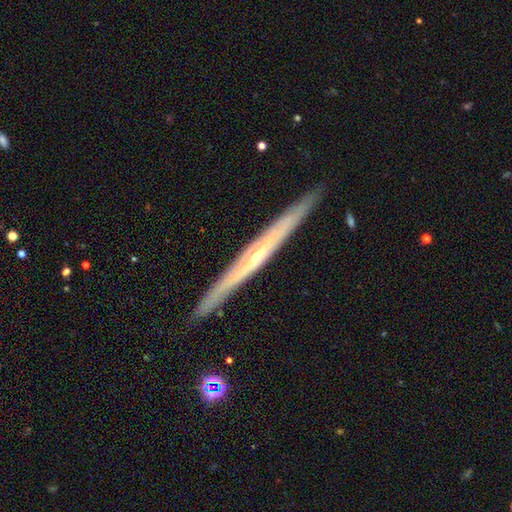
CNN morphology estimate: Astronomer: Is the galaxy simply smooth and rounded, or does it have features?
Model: featured or disk — 75%.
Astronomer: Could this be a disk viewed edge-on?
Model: yes — 94%.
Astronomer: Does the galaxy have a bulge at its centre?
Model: rounded — 57% (runner-up: none, 41%).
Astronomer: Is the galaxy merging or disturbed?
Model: none — 89%.